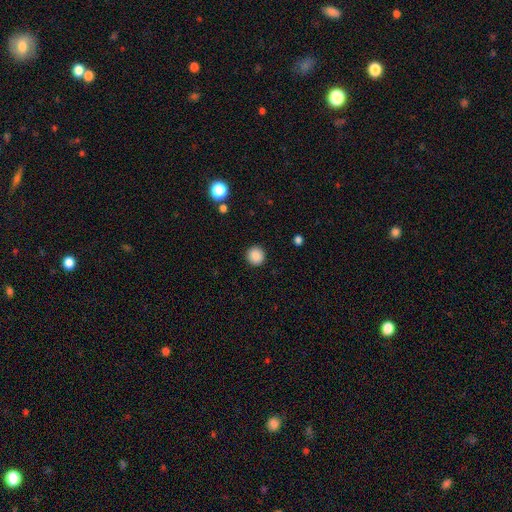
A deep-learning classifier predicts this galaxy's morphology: smooth_or_featured: smooth (p=0.88) [alt: star or artifact p=0.09]
how_rounded: round (p=0.94) [alt: in between p=0.05]
merging: none (p=0.92) [alt: minor disturbance p=0.05]